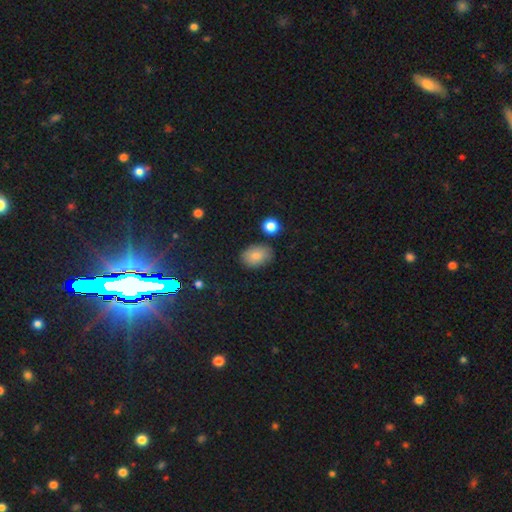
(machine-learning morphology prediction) Smooth or featured?
  - smooth: 83% *
  - star or artifact: 9%
  - featured or disk: 8%
How rounded?
  - in between: 78% *
  - round: 20%
  - cigar-shaped: 1%
Merging?
  - none: 78% *
  - minor disturbance: 15%
  - merger: 4%
  - major disturbance: 3%